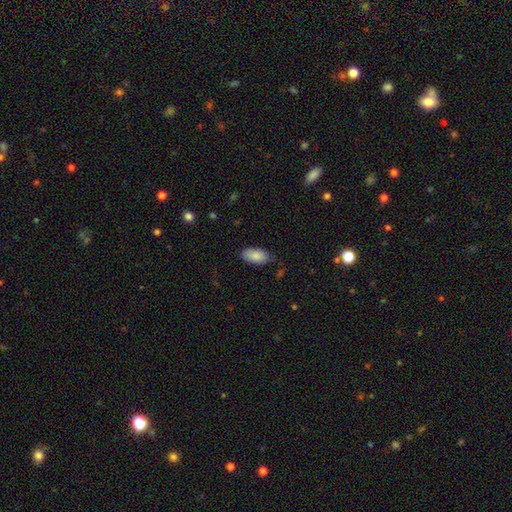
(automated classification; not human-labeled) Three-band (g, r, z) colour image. It shows a smooth galaxy with no disk features (87%) that is in between round and cigar-shaped (94%). Merging: none (73%).